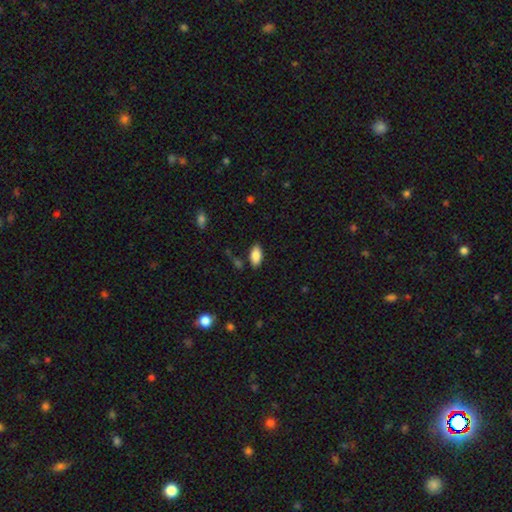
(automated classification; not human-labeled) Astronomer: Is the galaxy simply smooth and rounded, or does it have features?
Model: smooth — 88%.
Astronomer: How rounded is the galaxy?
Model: in between — 92%.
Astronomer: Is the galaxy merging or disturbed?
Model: none — 83%.